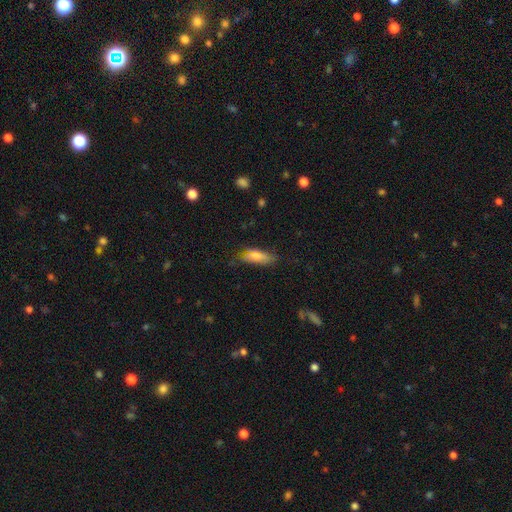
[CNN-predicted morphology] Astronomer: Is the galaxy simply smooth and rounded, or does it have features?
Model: smooth — 71%.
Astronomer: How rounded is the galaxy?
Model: in between — 61% (runner-up: cigar-shaped, 37%).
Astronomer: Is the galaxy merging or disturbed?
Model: none — 61%.